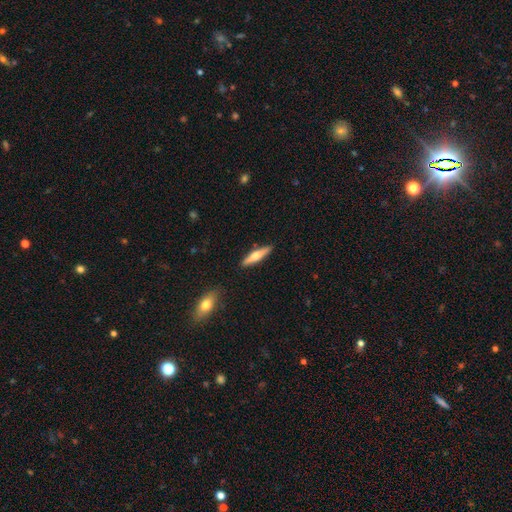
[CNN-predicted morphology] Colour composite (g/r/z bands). It shows a smooth galaxy with no disk features (50%). Merging: none (90%).